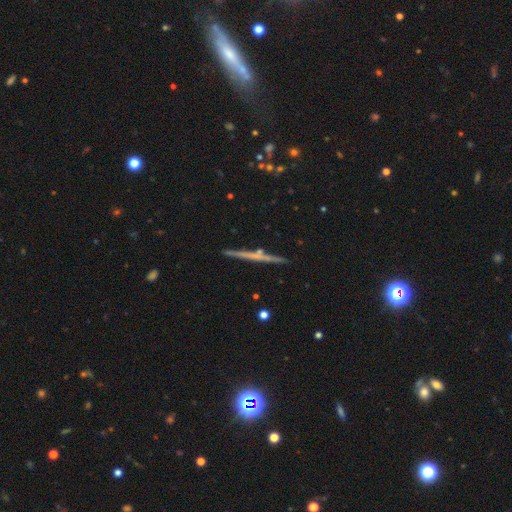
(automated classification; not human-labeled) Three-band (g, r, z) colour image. It shows a featured or disk galaxy (62%) viewed edge-on (98%) with no central bulge (75%). Merging: none (88%).